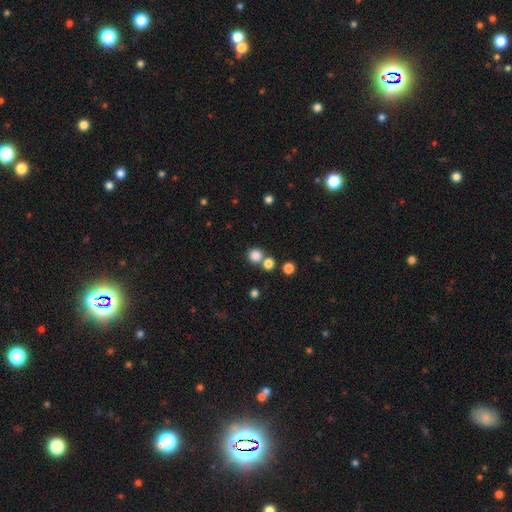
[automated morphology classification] This appears to be a smooth galaxy with no disk features (82%) that is round (90%). Merging: none (65%).